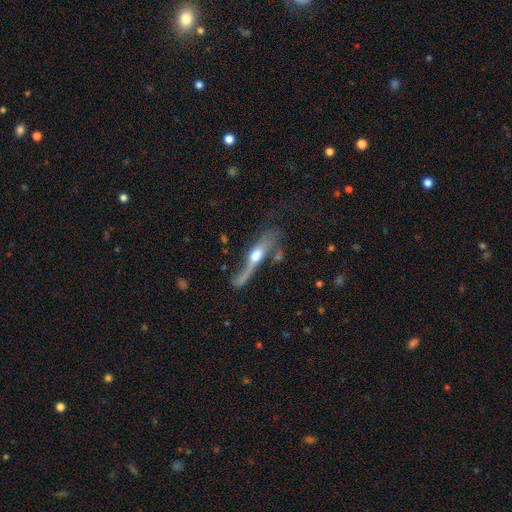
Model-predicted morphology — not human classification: smooth_or_featured: featured or disk (p=0.59) [alt: smooth p=0.34]
disk_edge_on: yes (p=0.60) [alt: no p=0.40]
merging: major disturbance (p=0.37) [alt: none p=0.29]